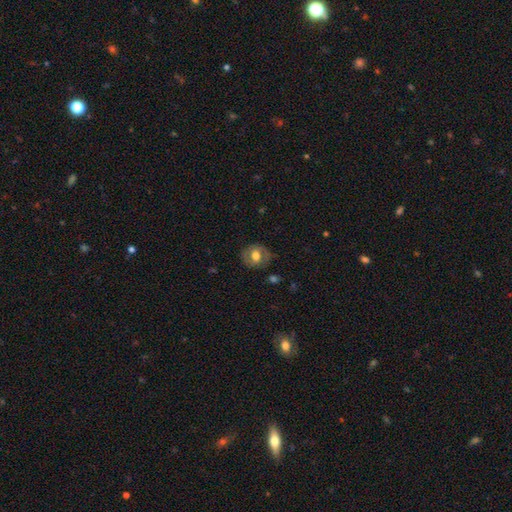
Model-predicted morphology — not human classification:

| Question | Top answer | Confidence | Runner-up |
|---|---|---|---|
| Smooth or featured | smooth | 50% | featured or disk (43%) |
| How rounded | round | 71% | in between (28%) |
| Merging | none | 79% | minor disturbance (15%) |